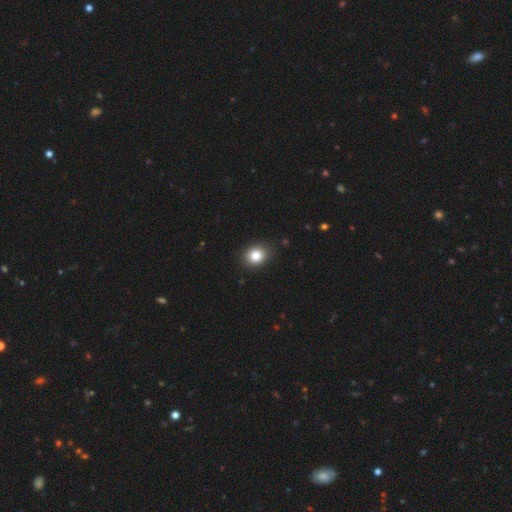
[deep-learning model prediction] This is clearly a smooth galaxy (82%). How rounded: likely round (64%). Merging: clearly none (89%).